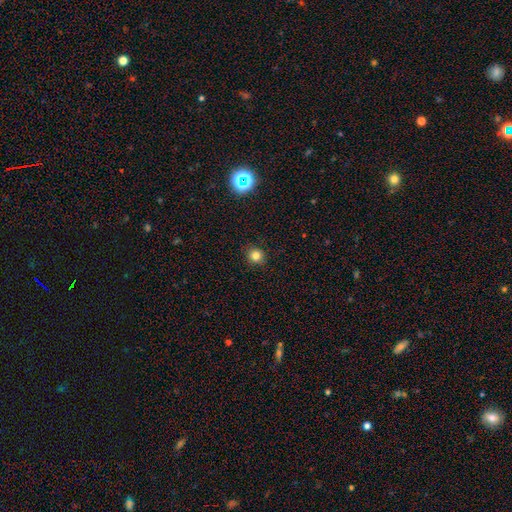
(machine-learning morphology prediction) smooth_or_featured: smooth (p=0.80) [alt: star or artifact p=0.15]
how_rounded: round (p=0.89) [alt: in between p=0.10]
merging: none (p=0.91) [alt: minor disturbance p=0.06]